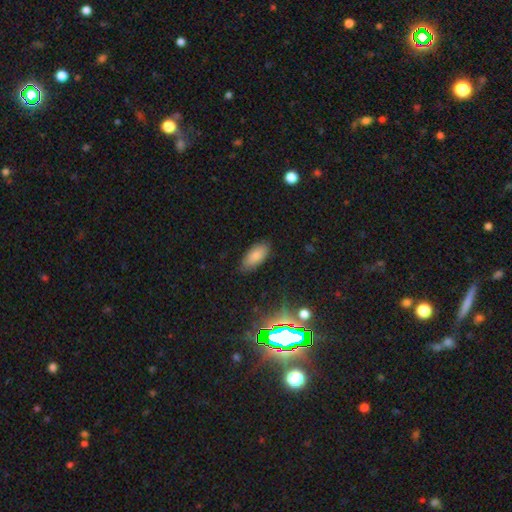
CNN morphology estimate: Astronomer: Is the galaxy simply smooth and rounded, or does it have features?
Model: smooth — 79%.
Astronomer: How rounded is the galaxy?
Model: in between — 89%.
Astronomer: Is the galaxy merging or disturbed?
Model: none — 78%.